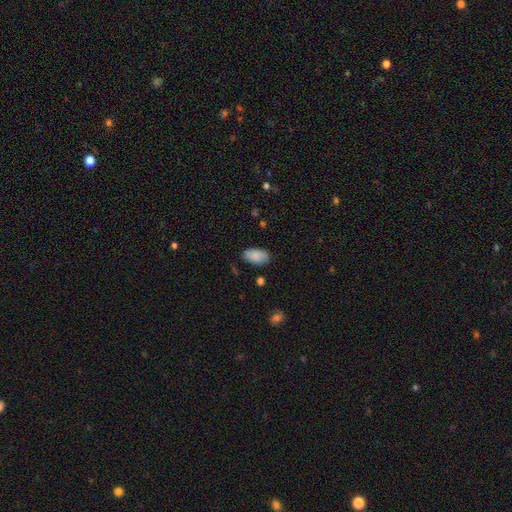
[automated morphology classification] Smooth or featured? Predicted: smooth (p=0.86). How rounded? Predicted: in between (p=0.95). Merging? Predicted: none (p=0.83).